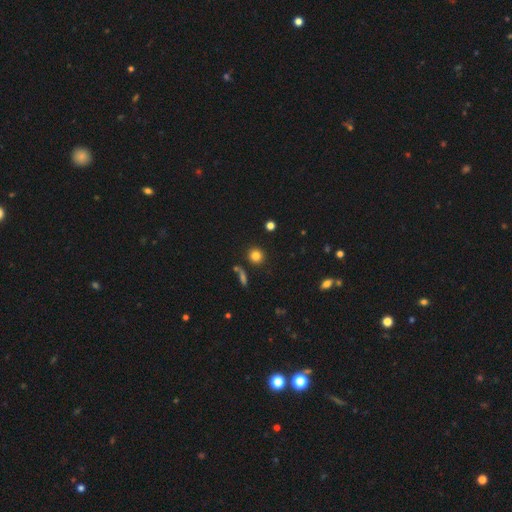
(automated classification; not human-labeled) Smooth or featured: smooth — 81% (star or artifact — 13%)
How rounded: round — 91% (in between — 8%)
Merging: none — 86% (minor disturbance — 7%)